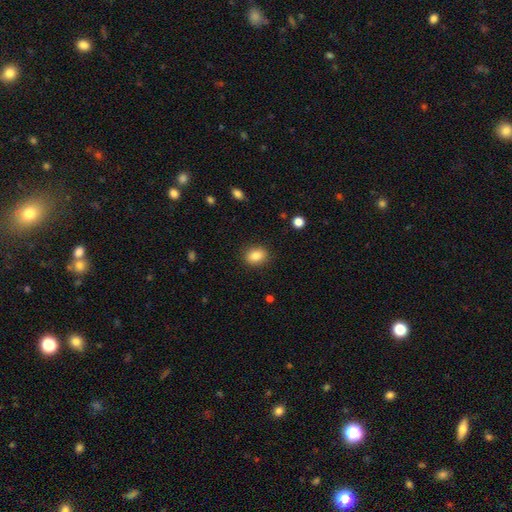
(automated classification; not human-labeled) The model was most divided on "how rounded": in between: 61%, round: 38%, cigar-shaped: 1%. More confident: merging — none (88%); smooth or featured — smooth (84%).